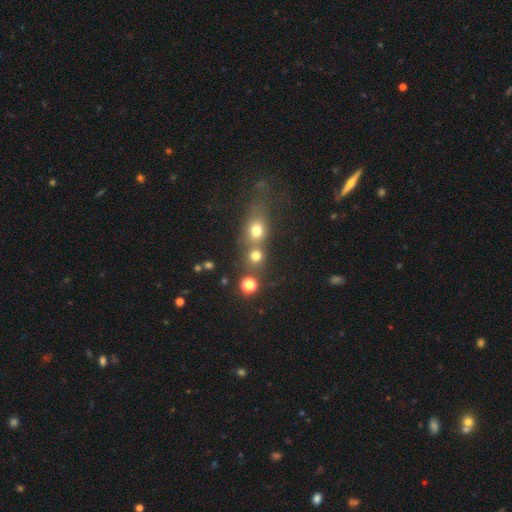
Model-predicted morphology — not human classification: smooth 72%, star or artifact 18%, featured or disk 10%. Down the decision tree: how rounded — round (85%); merging — none (49%).